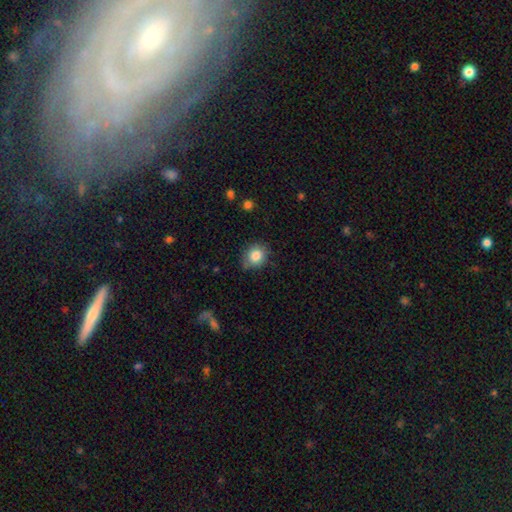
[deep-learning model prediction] smooth 84%, star or artifact 9%, featured or disk 7%. Down the decision tree: how rounded — round (70%); merging — none (74%).